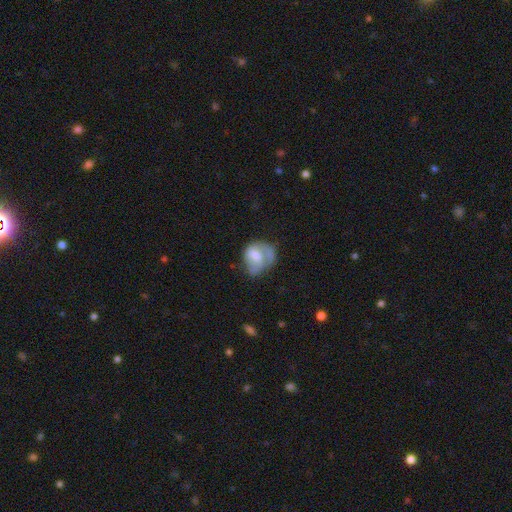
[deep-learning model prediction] The model was most divided on "merging": none: 33%, minor disturbance: 32%, major disturbance: 31%, merger: 4%. Remaining: smooth or featured — smooth (50%).